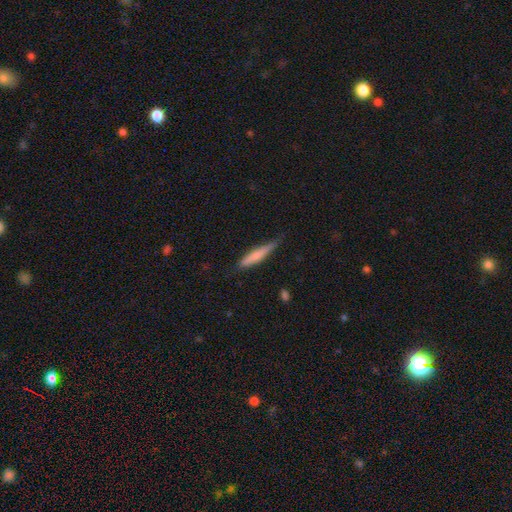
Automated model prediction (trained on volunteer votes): Q: Smooth or featured?
A: smooth (66%); runner-up: featured or disk (28%)
Q: How rounded?
A: cigar-shaped (91%); runner-up: in between (8%)
Q: Merging?
A: none (72%); runner-up: minor disturbance (23%)